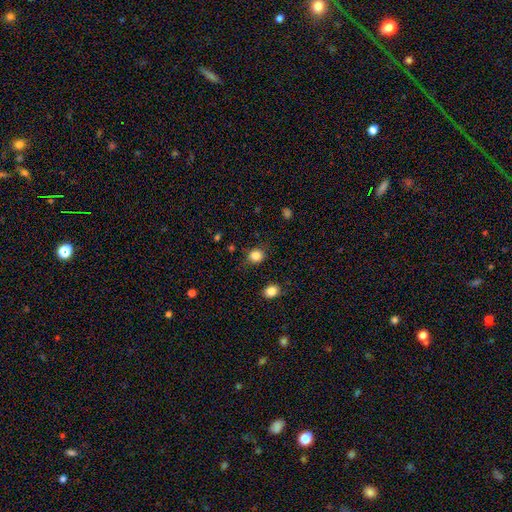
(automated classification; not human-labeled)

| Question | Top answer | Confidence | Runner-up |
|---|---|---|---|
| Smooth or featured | smooth | 84% | star or artifact (11%) |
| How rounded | round | 77% | in between (22%) |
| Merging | none | 79% | minor disturbance (15%) |